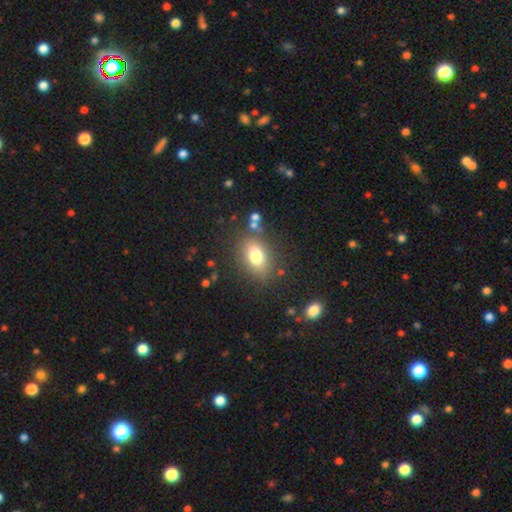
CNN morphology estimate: A smooth galaxy with no disk features (76%) that is in between round and cigar-shaped (79%). Merging: none (80%).